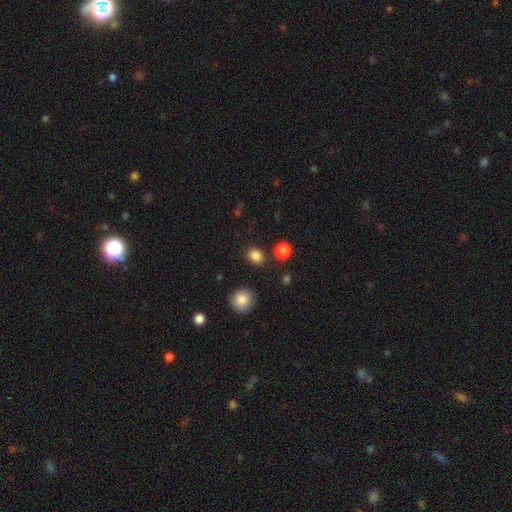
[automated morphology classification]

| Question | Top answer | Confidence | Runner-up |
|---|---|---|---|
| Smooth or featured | smooth | 85% | star or artifact (12%) |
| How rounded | round | 66% | in between (33%) |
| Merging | none | 86% | minor disturbance (7%) |